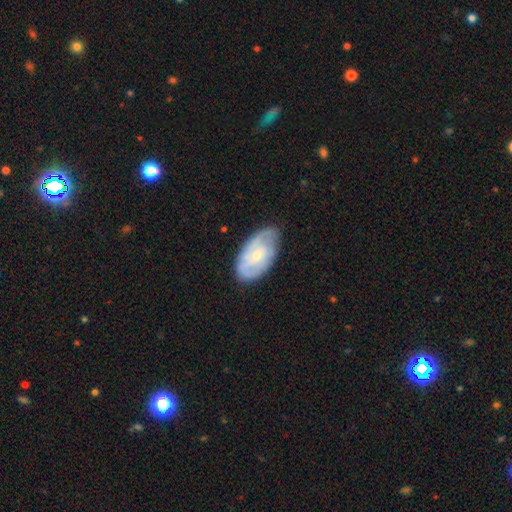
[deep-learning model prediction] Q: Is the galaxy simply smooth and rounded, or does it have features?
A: featured or disk — 65%.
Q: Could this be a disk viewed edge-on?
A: no — 95%.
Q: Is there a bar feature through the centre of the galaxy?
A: no — 64%.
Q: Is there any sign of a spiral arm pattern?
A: yes — 82%.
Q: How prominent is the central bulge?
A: small — 67%.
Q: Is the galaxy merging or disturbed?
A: none — 69%.